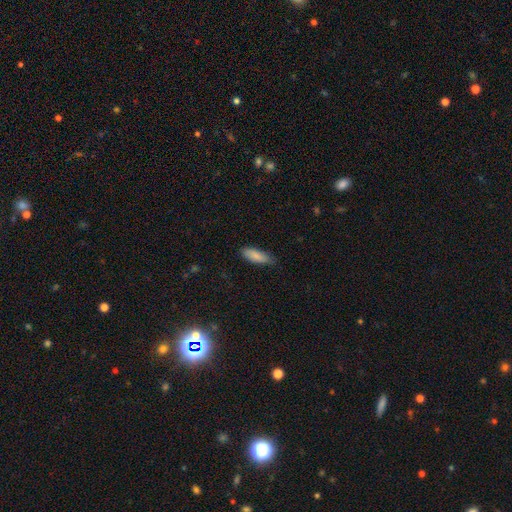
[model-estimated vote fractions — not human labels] smooth-or-featured: smooth: 86% | featured or disk: 8% | star or artifact: 6%
  how-rounded: in between: 59% | cigar-shaped: 40% | round: 2%
  merging: none: 76% | minor disturbance: 19% | major disturbance: 3% | merger: 1%